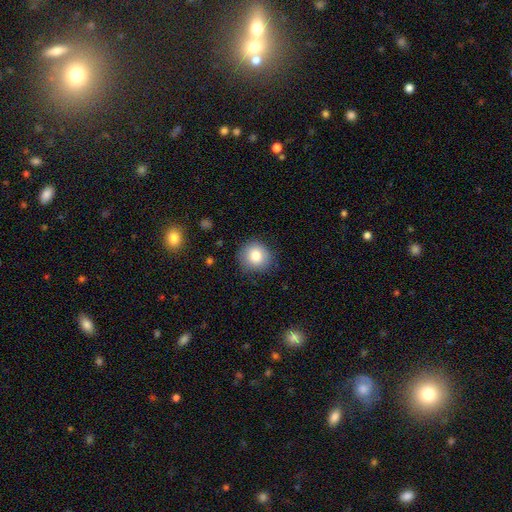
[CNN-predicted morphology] smooth 82%, star or artifact 9%, featured or disk 9%. Down the decision tree: how rounded — round (90%); merging — none (85%).